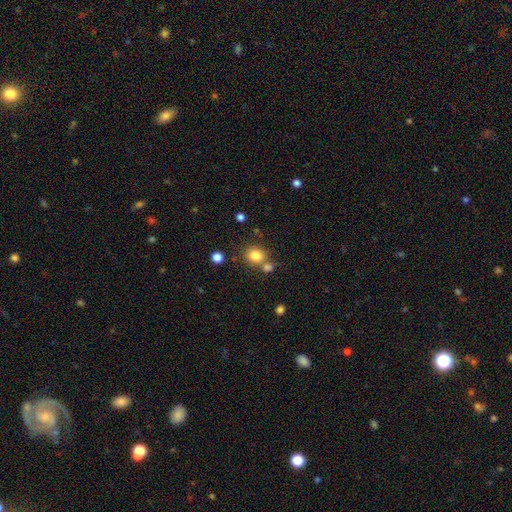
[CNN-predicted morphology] The model was most divided on "merging": none: 67%, merger: 20%, minor disturbance: 10%, major disturbance: 4%. More confident: smooth or featured — smooth (81%); how rounded — round (81%).